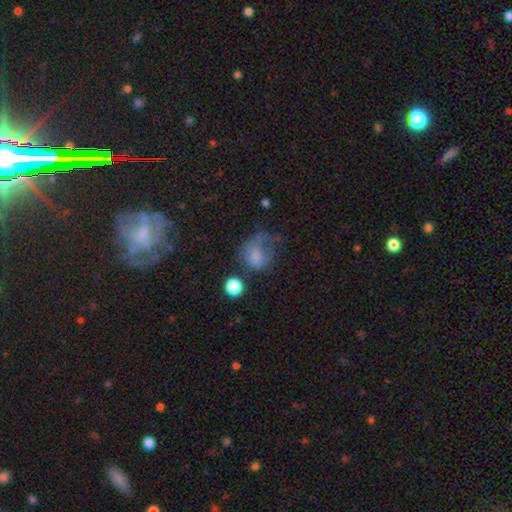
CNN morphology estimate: Smooth or featured?
  - smooth: 65% *
  - featured or disk: 20%
  - star or artifact: 15%
How rounded?
  - round: 60% *
  - in between: 39%
  - cigar-shaped: 1%
Merging?
  - major disturbance: 38% *
  - none: 30%
  - minor disturbance: 26%
  - merger: 6%